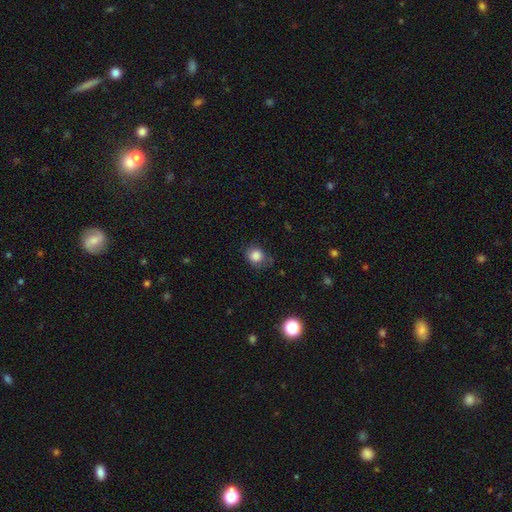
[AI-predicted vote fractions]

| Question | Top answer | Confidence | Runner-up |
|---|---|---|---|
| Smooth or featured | smooth | 84% | star or artifact (10%) |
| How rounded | round | 72% | in between (27%) |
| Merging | none | 61% | minor disturbance (27%) |